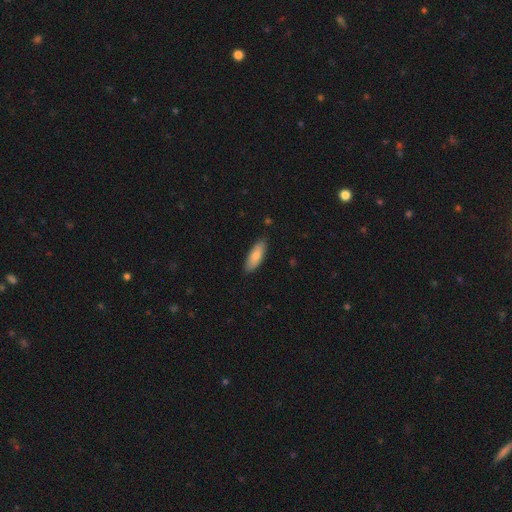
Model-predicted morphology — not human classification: A smooth galaxy with no disk features (81%) that is in between round and cigar-shaped (67%).

Vote fractions:
- Smooth or featured? smooth: 81% / featured or disk: 14% / star or artifact: 6%
- How rounded? in between: 67% / cigar-shaped: 32% / round: 2%
- Merging? none: 86% / minor disturbance: 11% / major disturbance: 2% / merger: 1%